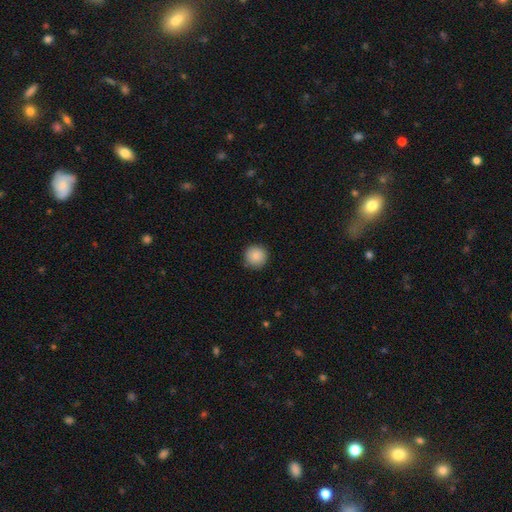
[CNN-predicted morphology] smooth-or-featured: smooth: 88% | star or artifact: 8% | featured or disk: 5%
  how-rounded: round: 95% | in between: 4% | cigar-shaped: 1%
  merging: none: 90% | minor disturbance: 7% | major disturbance: 2% | merger: 1%